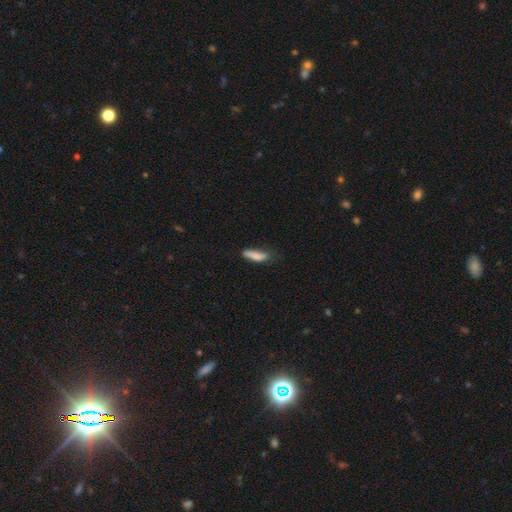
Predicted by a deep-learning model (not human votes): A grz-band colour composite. It shows a smooth galaxy with no disk features (82%) that is cigar-shaped (65%). Merging: none (52%).